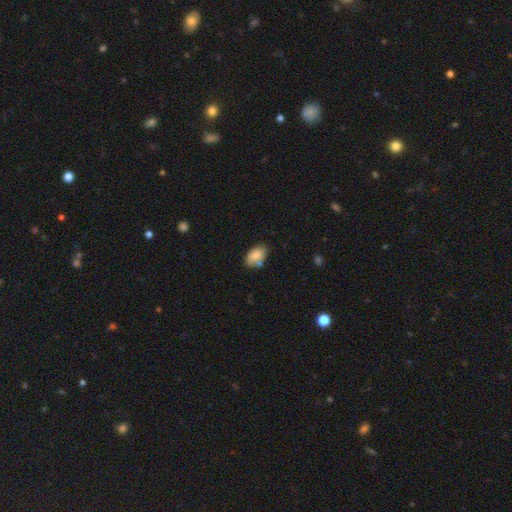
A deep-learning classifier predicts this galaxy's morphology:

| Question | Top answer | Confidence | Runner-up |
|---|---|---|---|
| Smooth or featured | smooth | 78% | featured or disk (14%) |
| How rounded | in between | 88% | round (10%) |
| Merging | none | 60% | minor disturbance (28%) |